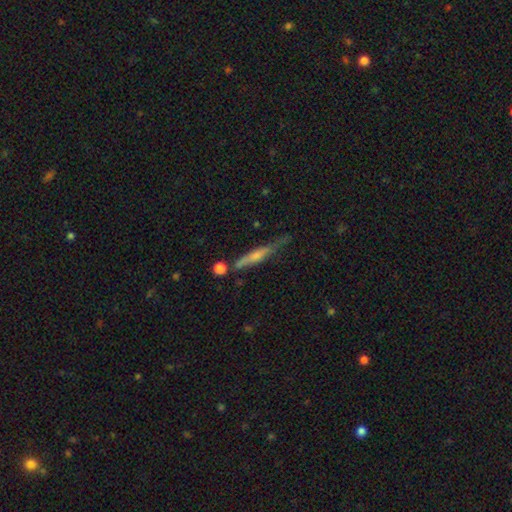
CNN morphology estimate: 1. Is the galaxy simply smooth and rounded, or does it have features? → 55% featured or disk, 37% smooth, 8% star or artifact.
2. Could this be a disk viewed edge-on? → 91% yes, 9% no.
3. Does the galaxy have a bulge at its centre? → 57% rounded, 32% none, 11% boxy.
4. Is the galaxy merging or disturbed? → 63% none, 24% minor disturbance, 7% merger, 7% major disturbance.